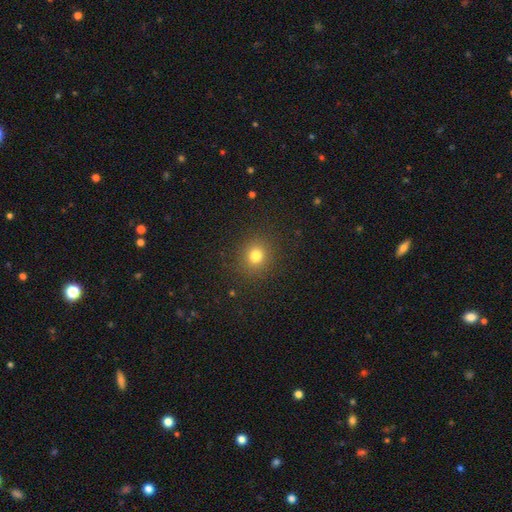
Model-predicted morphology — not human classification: type=smooth (78%); roundness=round (85%); merging=none (89%).